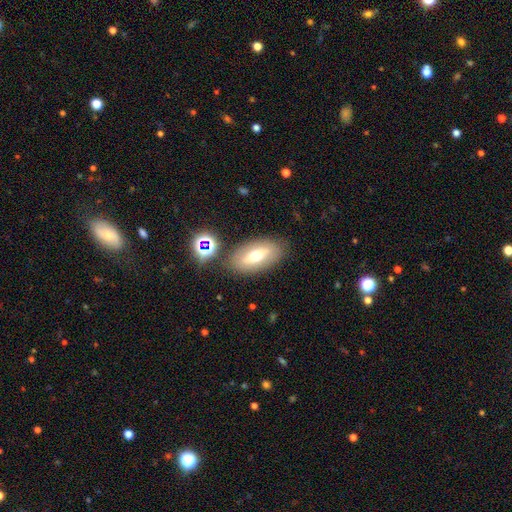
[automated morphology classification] smooth_or_featured: smooth (p=0.54) [alt: featured or disk p=0.36]
how_rounded: in between (p=0.86) [alt: cigar-shaped p=0.10]
merging: none (p=0.80) [alt: minor disturbance p=0.11]